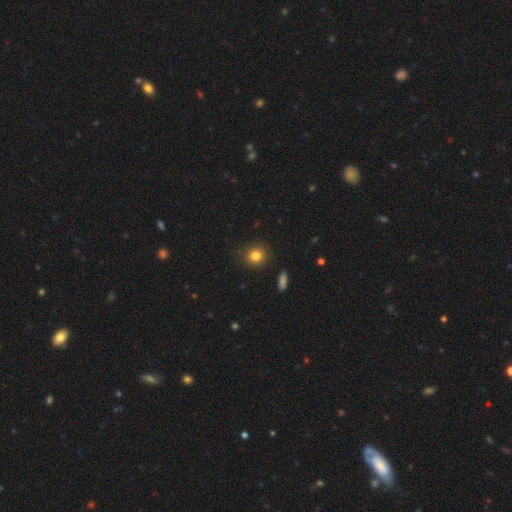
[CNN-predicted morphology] A smooth galaxy with no disk features (83%) that is round (85%). Merging: none (88%).